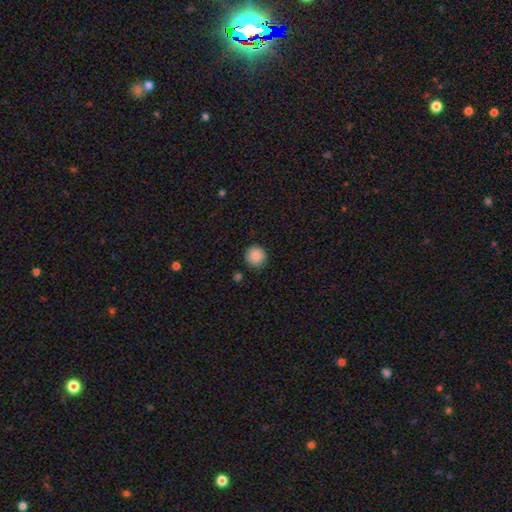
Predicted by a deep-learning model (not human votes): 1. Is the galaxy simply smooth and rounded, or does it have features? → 88% smooth, 9% star or artifact, 3% featured or disk.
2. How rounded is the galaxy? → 95% round, 4% in between, 1% cigar-shaped.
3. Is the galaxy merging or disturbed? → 89% none, 7% minor disturbance, 2% major disturbance, 2% merger.